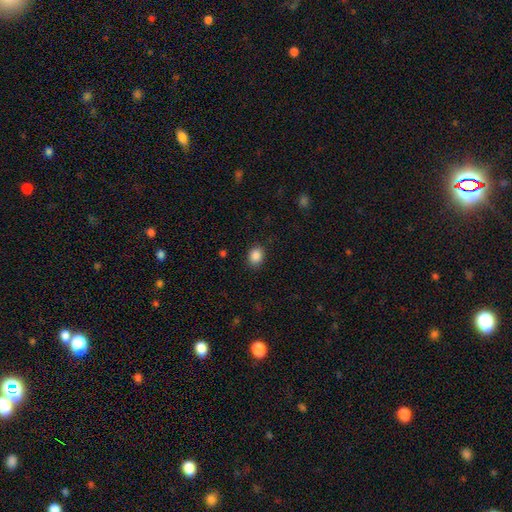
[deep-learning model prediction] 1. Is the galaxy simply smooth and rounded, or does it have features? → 87% smooth, 9% star or artifact, 3% featured or disk.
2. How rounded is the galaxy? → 51% in between, 49% round, 1% cigar-shaped.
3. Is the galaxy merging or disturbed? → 88% none, 9% minor disturbance, 2% major disturbance, 1% merger.